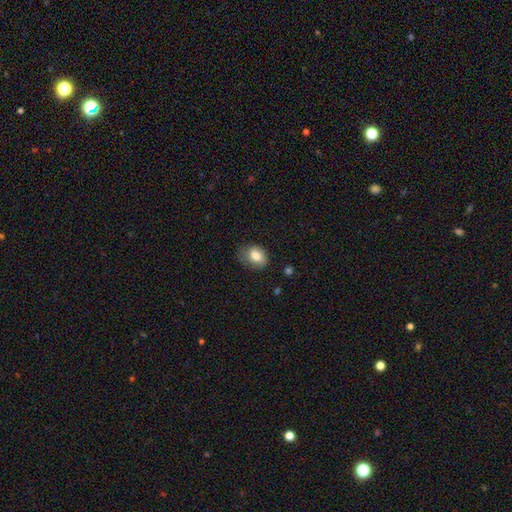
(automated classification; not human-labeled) A smooth galaxy with no disk features (79%) that is in between round and cigar-shaped (62%).

Vote fractions:
- Smooth or featured? smooth: 79% / featured or disk: 13% / star or artifact: 8%
- How rounded? in between: 62% / round: 37% / cigar-shaped: 1%
- Merging? none: 59% / minor disturbance: 30% / major disturbance: 10% / merger: 1%